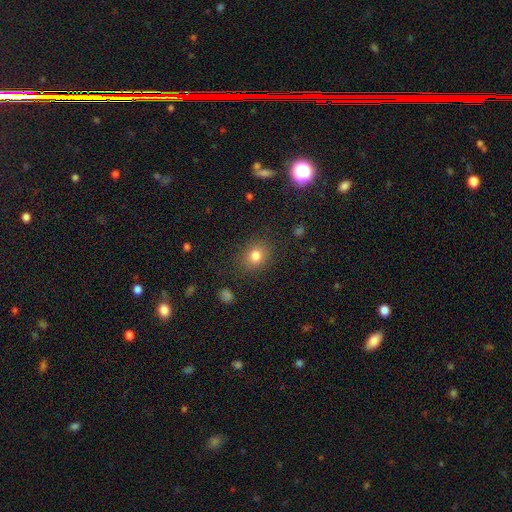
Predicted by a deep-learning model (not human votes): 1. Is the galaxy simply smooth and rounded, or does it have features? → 80% smooth, 13% star or artifact, 7% featured or disk.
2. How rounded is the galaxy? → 63% round, 36% in between, 1% cigar-shaped.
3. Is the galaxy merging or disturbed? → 84% none, 10% minor disturbance, 4% major disturbance, 1% merger.